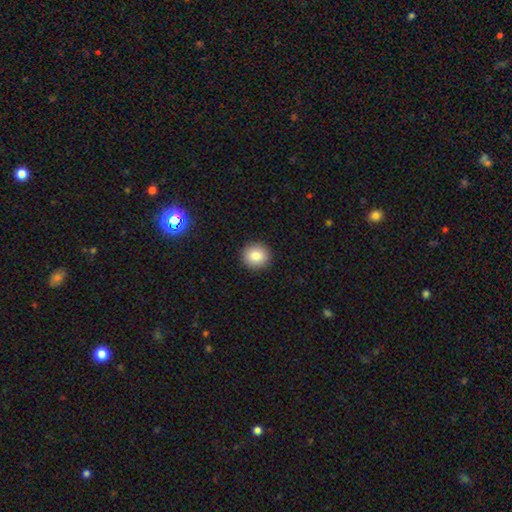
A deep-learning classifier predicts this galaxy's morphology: Overall: smooth (85%). How rounded: round (92%). Merging: none (92%).